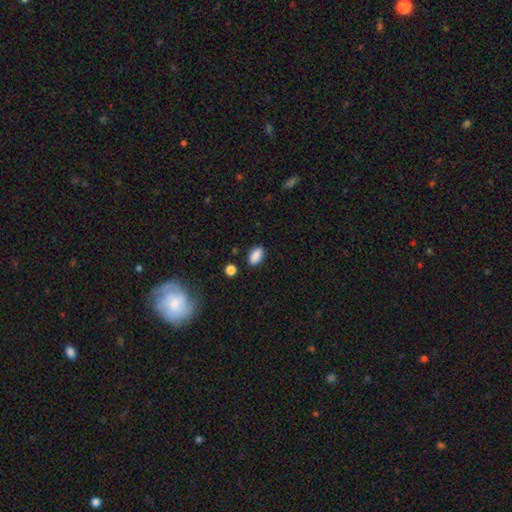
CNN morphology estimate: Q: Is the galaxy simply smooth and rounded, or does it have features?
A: smooth — 88%.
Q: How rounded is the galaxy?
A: in between — 90%.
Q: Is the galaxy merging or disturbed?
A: none — 85%.